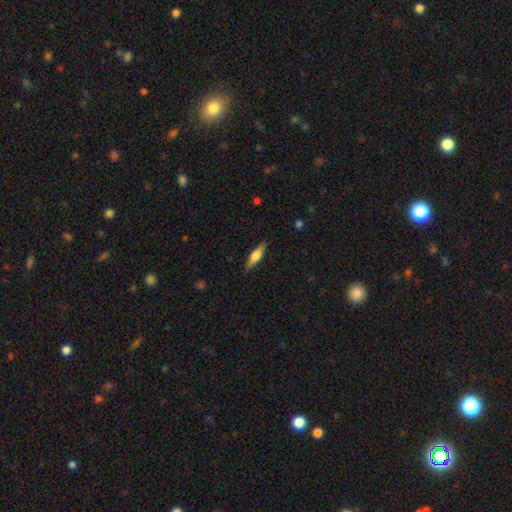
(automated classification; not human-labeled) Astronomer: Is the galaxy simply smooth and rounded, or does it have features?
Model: smooth — 52% (runner-up: featured or disk, 42%).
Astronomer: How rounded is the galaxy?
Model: cigar-shaped — 65%.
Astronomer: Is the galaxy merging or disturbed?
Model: none — 86%.